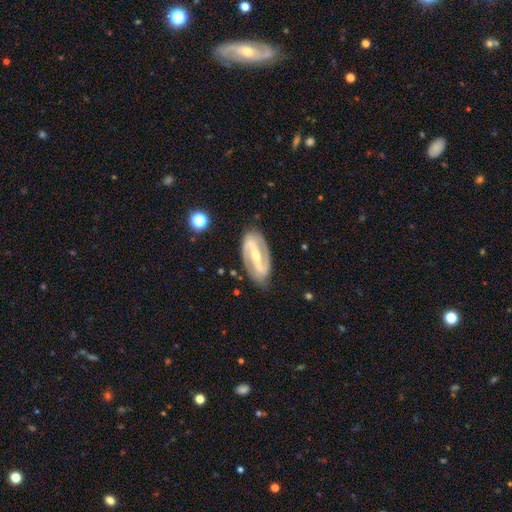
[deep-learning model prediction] Q: Smooth or featured?
A: featured or disk (90%); runner-up: smooth (6%)
Q: Edge-on disk?
A: no (94%); runner-up: yes (6%)
Q: Bar?
A: strong (73%); runner-up: weak (18%)
Q: Spiral arms?
A: yes (95%); runner-up: no (5%)
Q: Spiral winding?
A: medium (45%); runner-up: loose (28%)
Q: Spiral arm count?
A: 2 (93%); runner-up: can't tell (2%)
Q: Bulge size?
A: small (61%); runner-up: moderate (35%)
Q: Merging?
A: none (85%); runner-up: minor disturbance (11%)